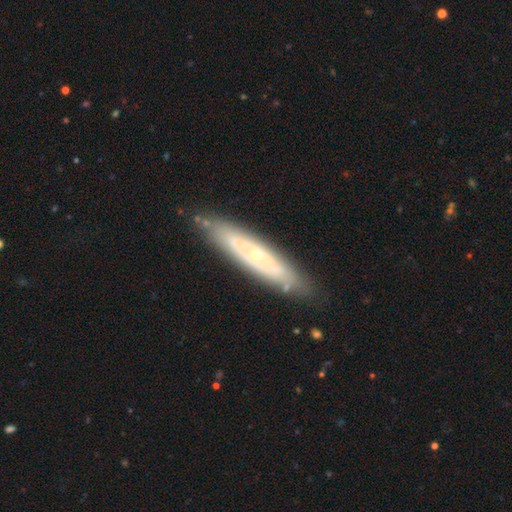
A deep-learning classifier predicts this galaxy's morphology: Smooth or featured: featured or disk — 70% (smooth — 24%)
Edge-on disk: no — 60% (yes — 40%)
Merging: none — 81% (minor disturbance — 15%)